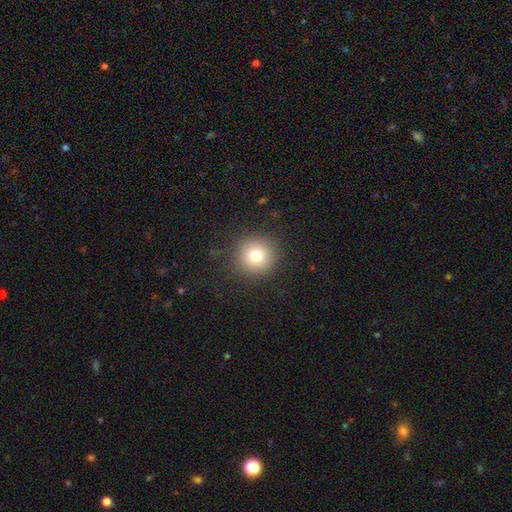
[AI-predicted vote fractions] Morphology: type=smooth (77%); roundness=round (95%); merging=none (89%).